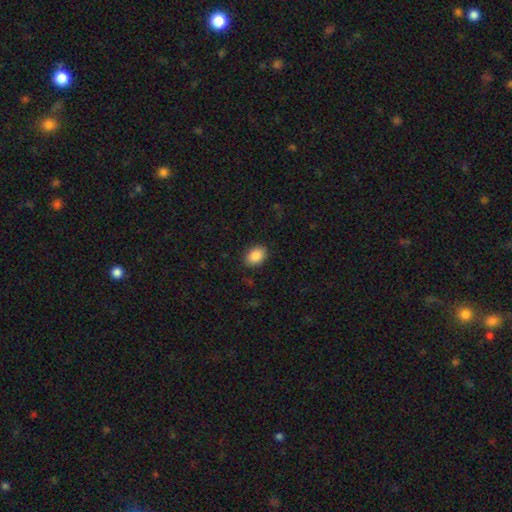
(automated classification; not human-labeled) Q: Smooth or featured?
A: smooth (89%); runner-up: star or artifact (8%)
Q: How rounded?
A: in between (79%); runner-up: round (20%)
Q: Merging?
A: none (88%); runner-up: minor disturbance (9%)